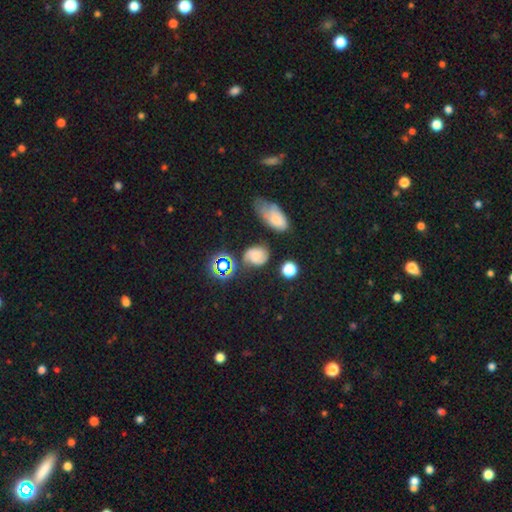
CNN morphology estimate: smooth 42%, featured or disk 38%, star or artifact 20%. Down the decision tree: merging — none (60%).